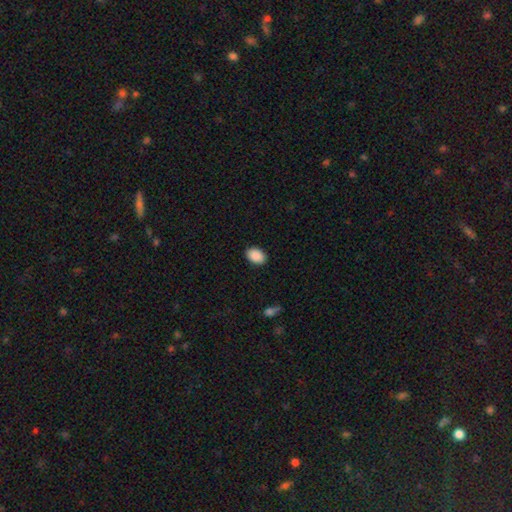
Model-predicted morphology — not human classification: Smooth or featured?
  - smooth: 90% *
  - star or artifact: 7%
  - featured or disk: 3%
How rounded?
  - in between: 85% *
  - round: 14%
  - cigar-shaped: 1%
Merging?
  - none: 89% *
  - minor disturbance: 8%
  - major disturbance: 2%
  - merger: 1%